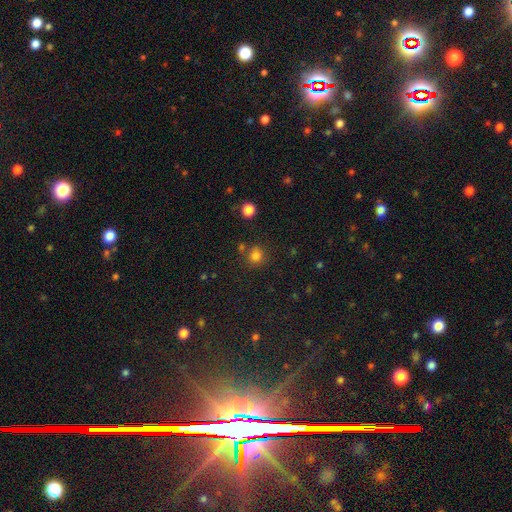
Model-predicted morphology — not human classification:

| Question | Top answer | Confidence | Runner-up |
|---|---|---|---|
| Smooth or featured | smooth | 78% | star or artifact (16%) |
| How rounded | round | 84% | in between (15%) |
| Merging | none | 71% | minor disturbance (13%) |